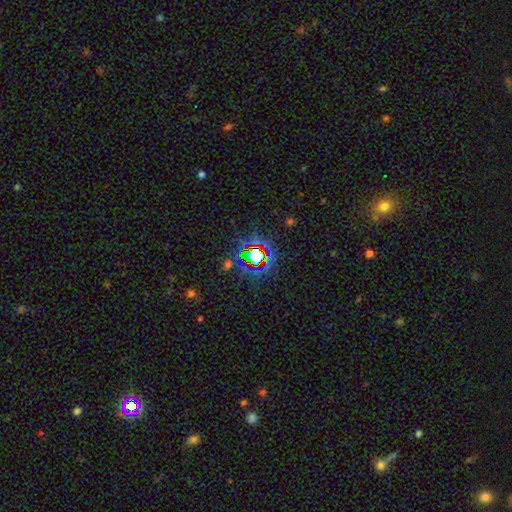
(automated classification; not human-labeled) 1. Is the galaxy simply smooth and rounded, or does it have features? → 72% star or artifact, 17% smooth, 11% featured or disk.